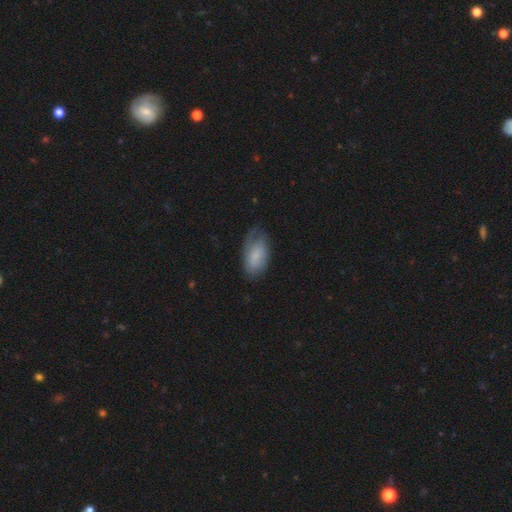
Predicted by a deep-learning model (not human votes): Smooth or featured: smooth — 65% (featured or disk — 28%)
How rounded: in between — 93% (round — 4%)
Merging: none — 51% (minor disturbance — 32%)